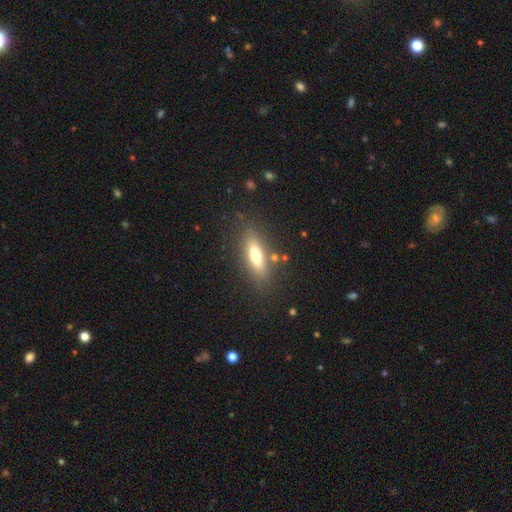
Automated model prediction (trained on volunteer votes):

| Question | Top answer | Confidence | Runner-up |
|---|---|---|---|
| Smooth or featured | smooth | 61% | featured or disk (30%) |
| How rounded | in between | 58% | cigar-shaped (39%) |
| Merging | none | 81% | minor disturbance (11%) |